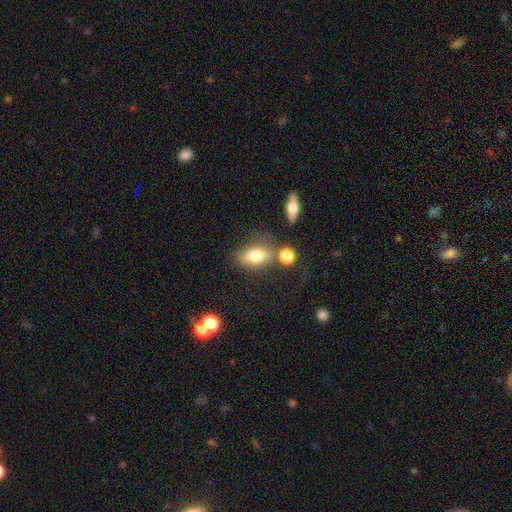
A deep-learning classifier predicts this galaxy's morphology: smooth-or-featured: smooth: 67% | featured or disk: 23% | star or artifact: 10%
  how-rounded: in between: 77% | round: 11% | cigar-shaped: 11%
  merging: none: 64% | minor disturbance: 16% | merger: 13% | major disturbance: 6%